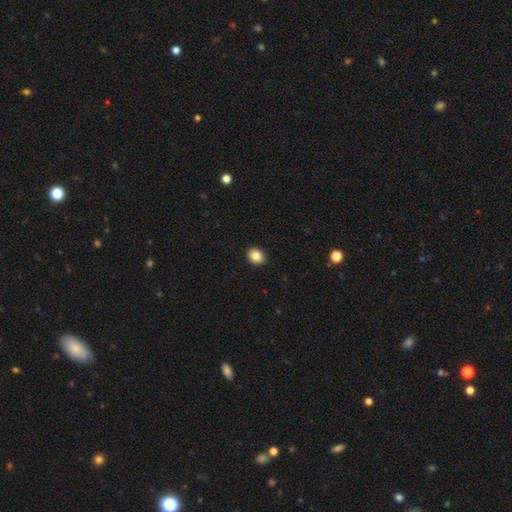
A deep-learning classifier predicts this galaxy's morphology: Smooth or featured: smooth — 85% (star or artifact — 9%)
How rounded: in between — 55% (round — 44%)
Merging: none — 91% (minor disturbance — 6%)